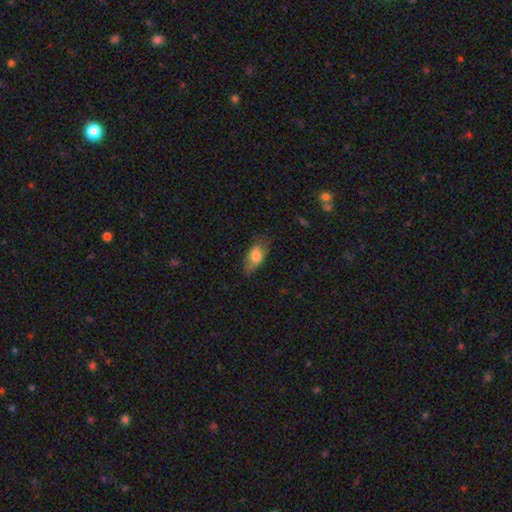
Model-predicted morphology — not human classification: This is likely a smooth galaxy (74%). How rounded: clearly in between (85%). Merging: likely none (65%).